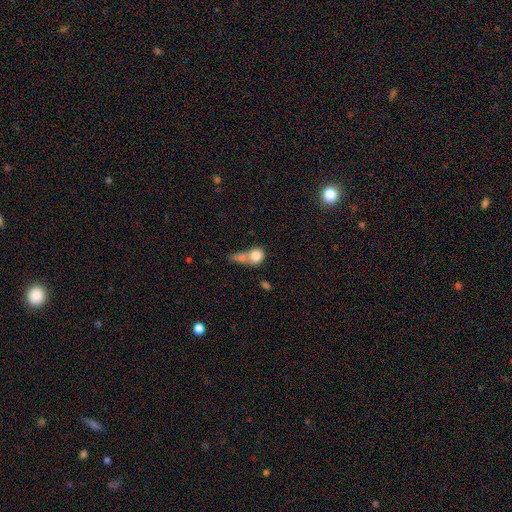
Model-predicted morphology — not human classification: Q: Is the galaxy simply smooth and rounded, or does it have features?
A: smooth — 77%.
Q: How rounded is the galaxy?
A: round — 56%.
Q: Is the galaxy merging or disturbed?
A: merger — 59%.